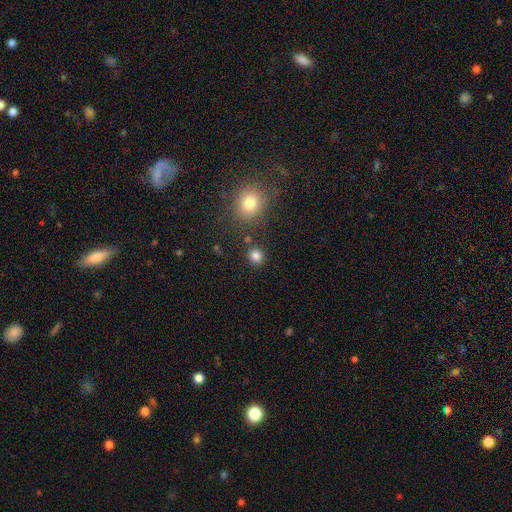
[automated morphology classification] Overall: smooth (82%). How rounded: round (87%). Merging: none (85%).